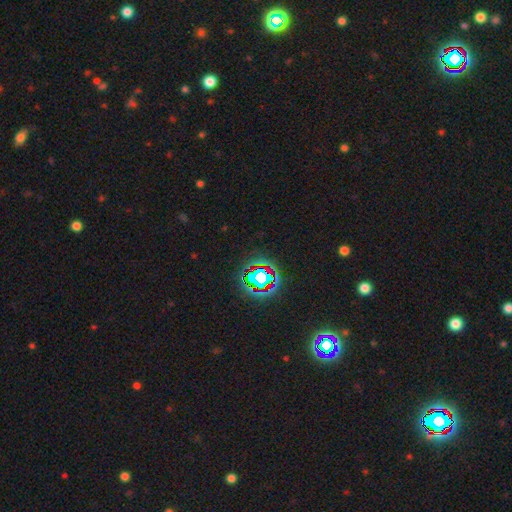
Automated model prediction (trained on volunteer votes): star or artifact 82%, smooth 10%, featured or disk 7%.